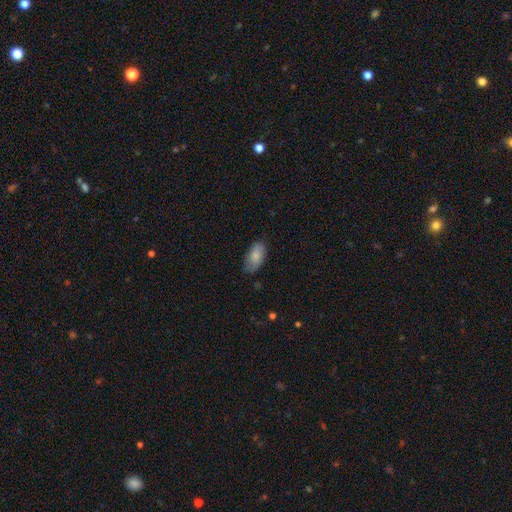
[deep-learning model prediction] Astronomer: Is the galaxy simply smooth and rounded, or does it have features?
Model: smooth — 79%.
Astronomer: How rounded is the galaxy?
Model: in between — 94%.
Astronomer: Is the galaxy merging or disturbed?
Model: none — 74%.